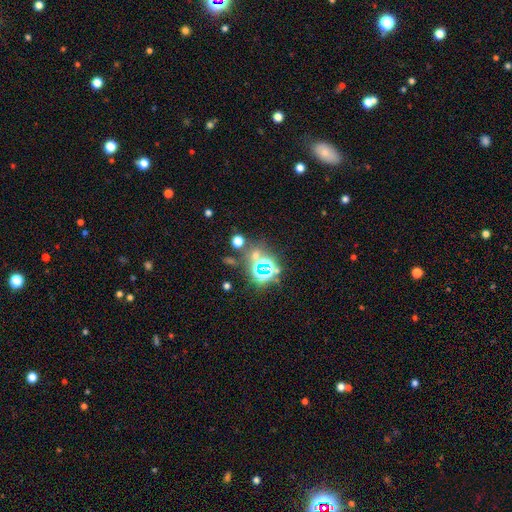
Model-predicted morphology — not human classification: The model was most divided on "smooth or featured": star or artifact: 62%, smooth: 29%, featured or disk: 9%.